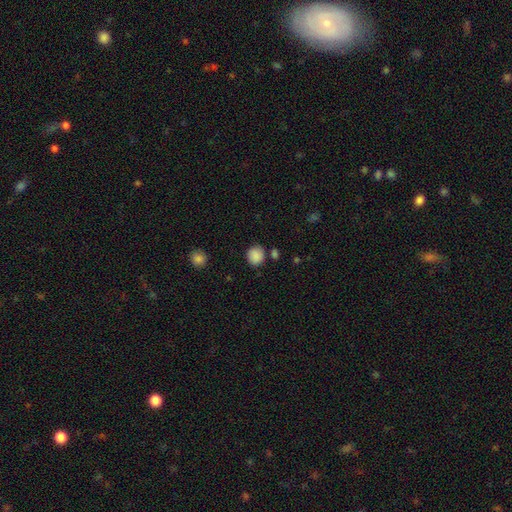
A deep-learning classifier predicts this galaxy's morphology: Smooth or featured? smooth (87%)
How rounded? round (88%)
Merging? none (80%)